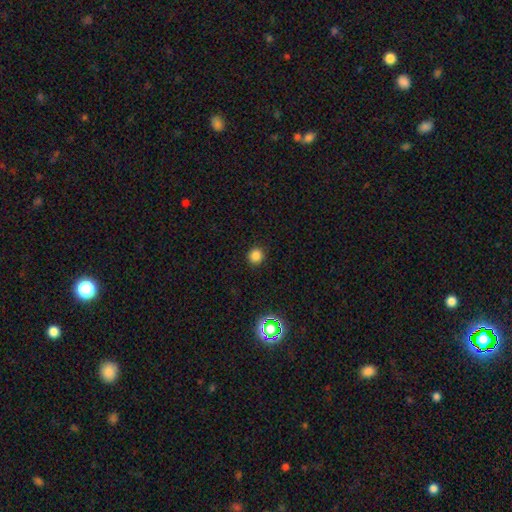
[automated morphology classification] This is clearly a smooth galaxy (82%). How rounded: clearly round (92%). Merging: clearly none (91%).